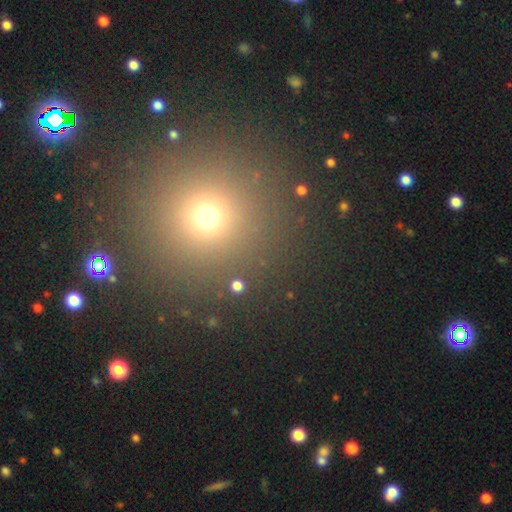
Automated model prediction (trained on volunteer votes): A smooth galaxy with no disk features (55%) that is round (95%). Merging: none (90%).